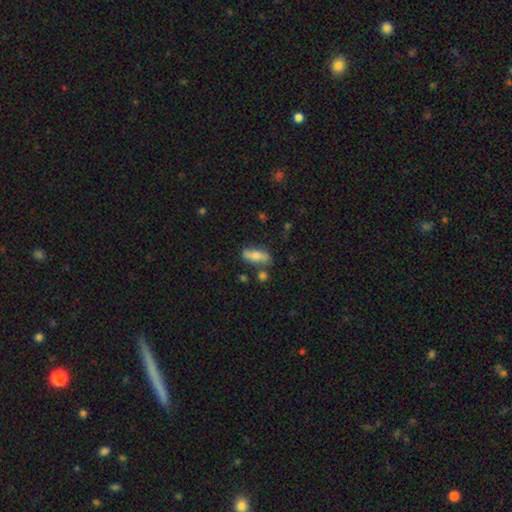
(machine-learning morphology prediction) Q: Smooth or featured?
A: smooth (69%); runner-up: featured or disk (24%)
Q: How rounded?
A: in between (61%); runner-up: cigar-shaped (36%)
Q: Merging?
A: none (72%); runner-up: minor disturbance (17%)